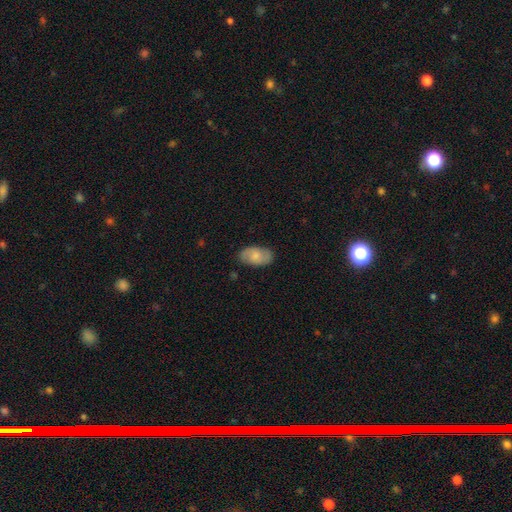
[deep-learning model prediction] smooth_or_featured: smooth (p=0.62) [alt: featured or disk p=0.31]
how_rounded: in between (p=0.93) [alt: round p=0.05]
merging: none (p=0.83) [alt: minor disturbance p=0.13]